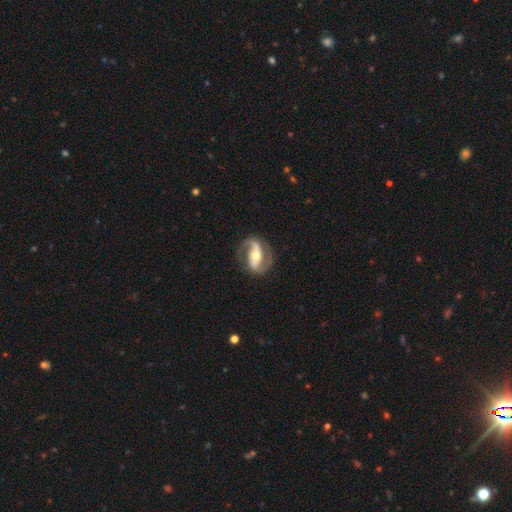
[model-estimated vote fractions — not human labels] This is clearly a featured or disk galaxy (86%). It is clearly not viewed edge-on (95%). Bar: possibly strong (57%). Spiral arm pattern: clearly yes (93%). Spiral arm count: clearly 2 (90%). Spiral winding: possibly medium (48%). Central bulge: likely moderate (64%). Merging: clearly none (80%).